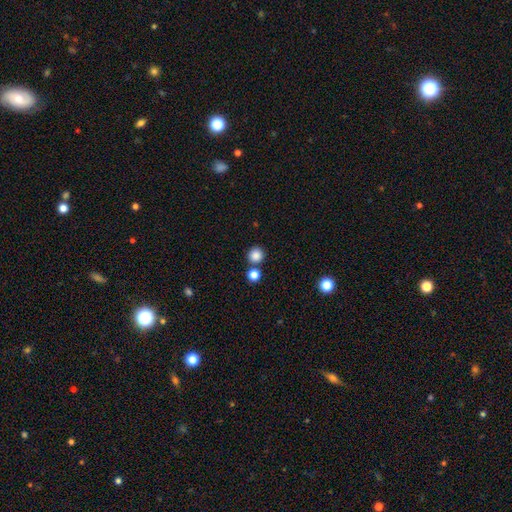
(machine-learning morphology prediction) Smooth or featured: smooth — 85% (star or artifact — 11%)
How rounded: round — 94% (in between — 5%)
Merging: none — 79% (merger — 13%)